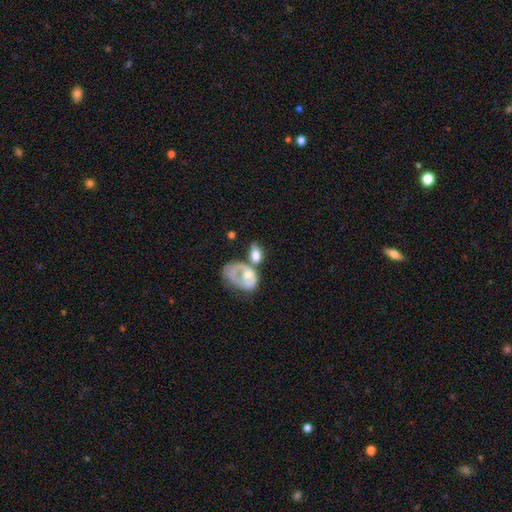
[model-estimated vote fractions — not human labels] This appears to be a smooth galaxy with no disk features (59%) that is in between round and cigar-shaped (81%). Merging: merger (43%).